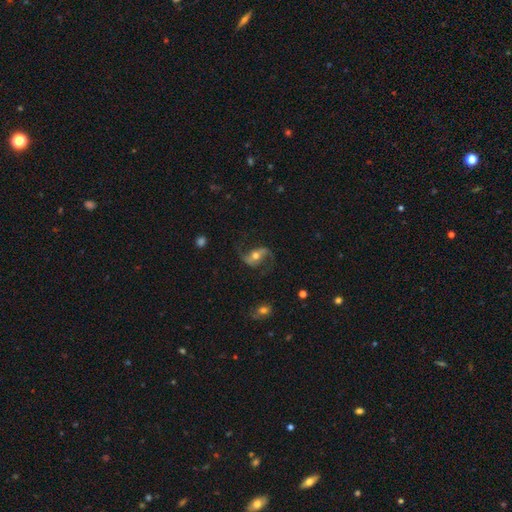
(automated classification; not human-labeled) A featured or disk galaxy (85%) with no bar (34%), 2 (93%) loose (71%) spiral arms (96%) and a moderate central bulge (70%).

Vote fractions:
- Smooth or featured? featured or disk: 85% / smooth: 9% / star or artifact: 6%
- Edge-on disk? no: 96% / yes: 4%
- Bar? no: 34% / weak: 33% / strong: 33%
- Spiral arms? yes: 96% / no: 4%
- Spiral winding? loose: 71% / medium: 24% / tight: 5%
- Spiral arm count? 2: 93% / 1: 2% / can't tell: 2% / 3: 1% / 4: 1% / more than 4: 1%
- Bulge size? moderate: 70% / small: 19% / large: 8% / dominant: 1% / none: 1%
- Merging? none: 74% / minor disturbance: 15% / major disturbance: 10% / merger: 2%